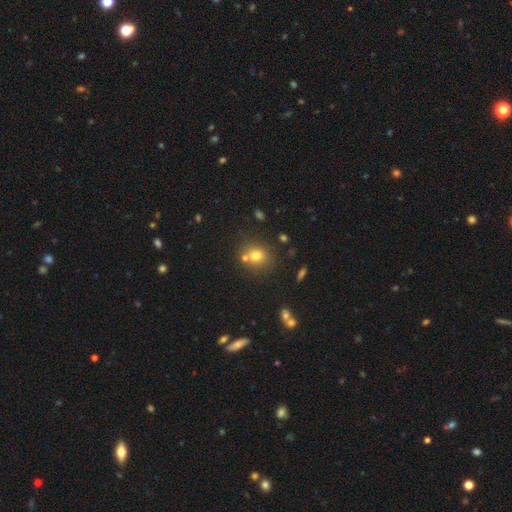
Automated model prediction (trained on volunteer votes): smooth-or-featured: smooth: 72% | star or artifact: 16% | featured or disk: 12%
  how-rounded: round: 81% | in between: 18% | cigar-shaped: 1%
  merging: none: 68% | merger: 19% | minor disturbance: 10% | major disturbance: 3%